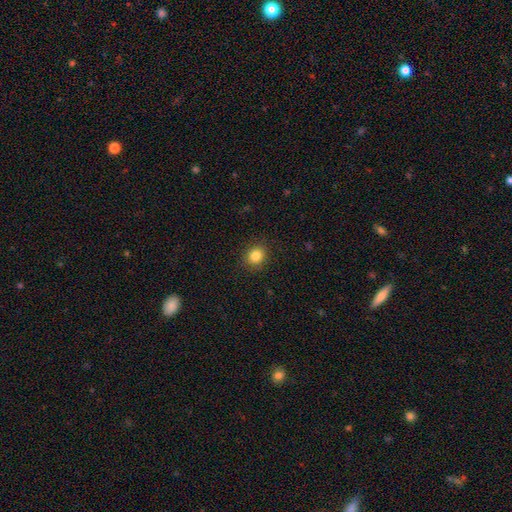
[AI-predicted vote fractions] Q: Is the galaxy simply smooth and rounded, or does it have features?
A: smooth — 84%.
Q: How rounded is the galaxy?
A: round — 79%.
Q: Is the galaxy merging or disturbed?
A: none — 90%.